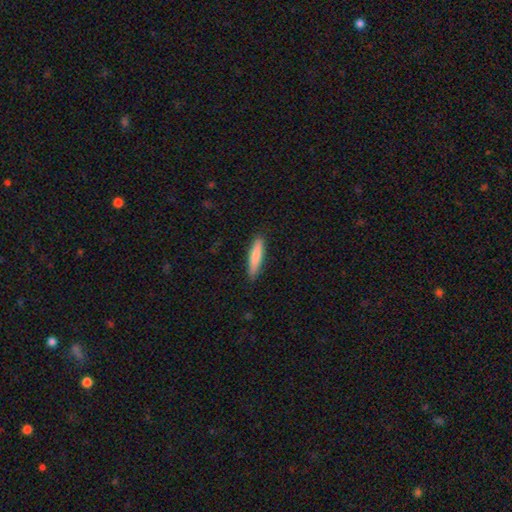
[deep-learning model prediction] Morphology: type=smooth (81%); roundness=cigar-shaped (84%); merging=none (87%).